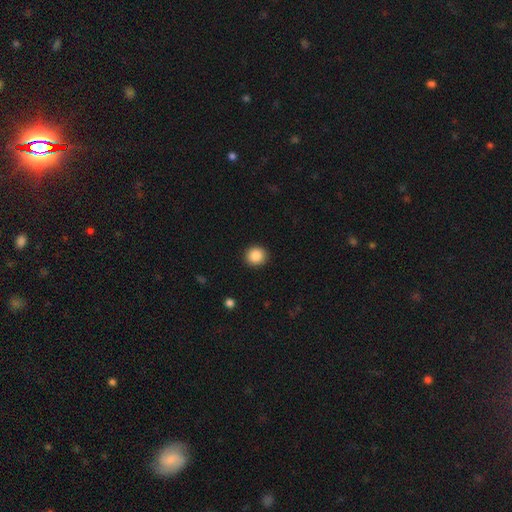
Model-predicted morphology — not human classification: smooth_or_featured: smooth (p=0.88) [alt: star or artifact p=0.09]
how_rounded: round (p=0.89) [alt: in between p=0.10]
merging: none (p=0.91) [alt: minor disturbance p=0.06]